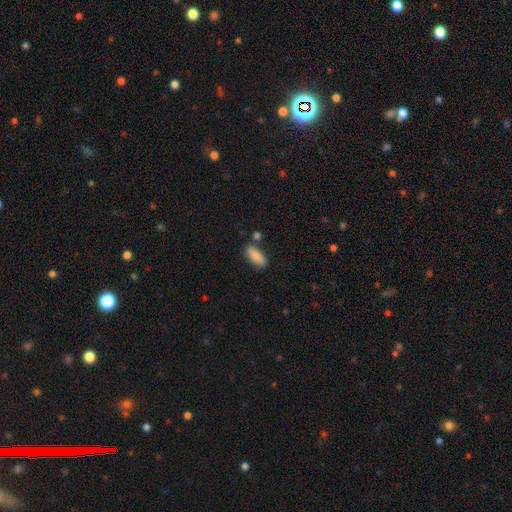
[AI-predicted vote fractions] Smooth or featured? Predicted: smooth (p=0.85). How rounded? Predicted: in between (p=0.74). Merging? Predicted: none (p=0.75).